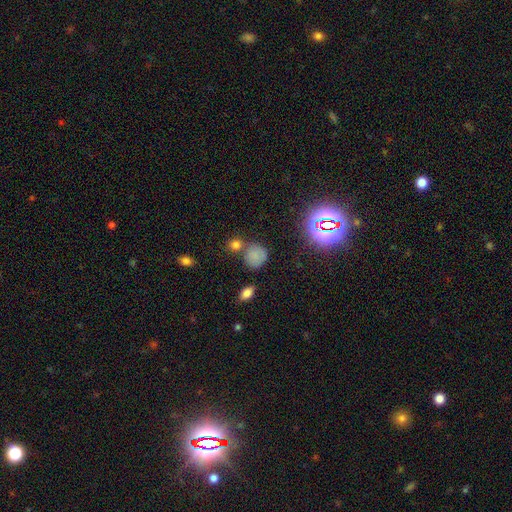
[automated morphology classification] This is likely a smooth galaxy (70%). How rounded: likely round (77%). Merging: possibly none (60%).